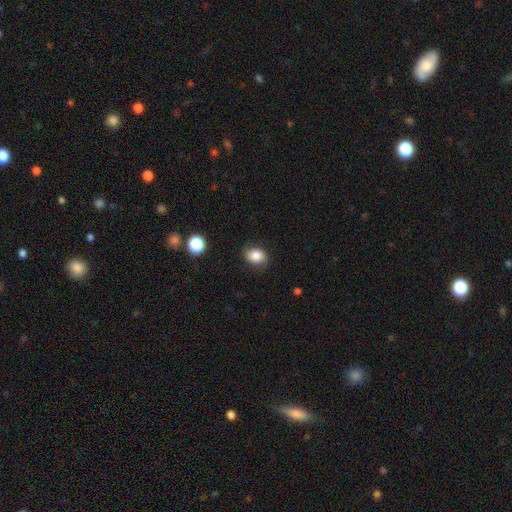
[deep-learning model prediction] Smooth or featured? Predicted: smooth (p=0.82). How rounded? Predicted: in between (p=0.63). Merging? Predicted: none (p=0.79).